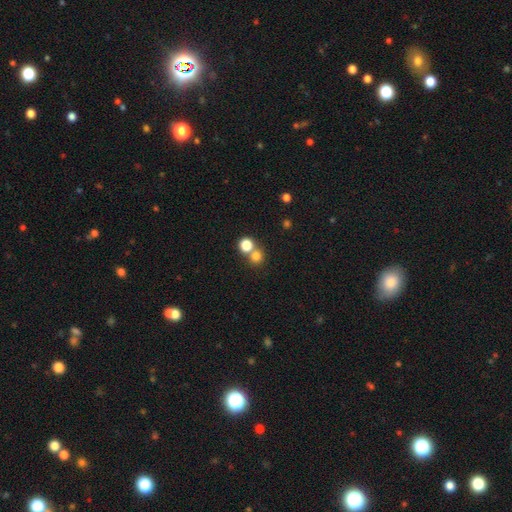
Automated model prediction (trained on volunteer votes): Morphology: type=smooth (78%); roundness=round (89%); merging=none (54%).